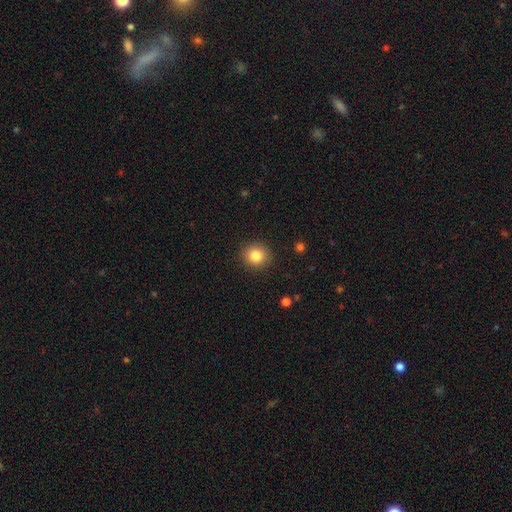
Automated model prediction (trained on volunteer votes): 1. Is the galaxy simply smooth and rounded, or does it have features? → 84% smooth, 10% star or artifact, 6% featured or disk.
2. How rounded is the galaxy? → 87% round, 12% in between, 1% cigar-shaped.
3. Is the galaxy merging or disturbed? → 90% none, 6% minor disturbance, 2% major disturbance, 1% merger.